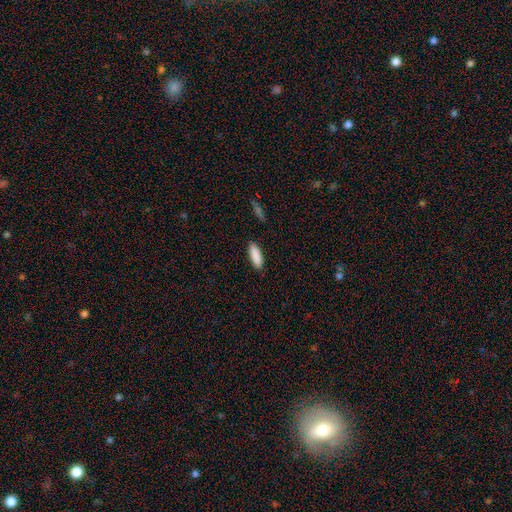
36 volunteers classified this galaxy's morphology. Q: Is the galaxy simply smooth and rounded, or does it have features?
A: smooth — 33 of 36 (92%).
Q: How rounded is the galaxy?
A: in between — 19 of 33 (58%).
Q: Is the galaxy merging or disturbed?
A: none — 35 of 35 (100%).